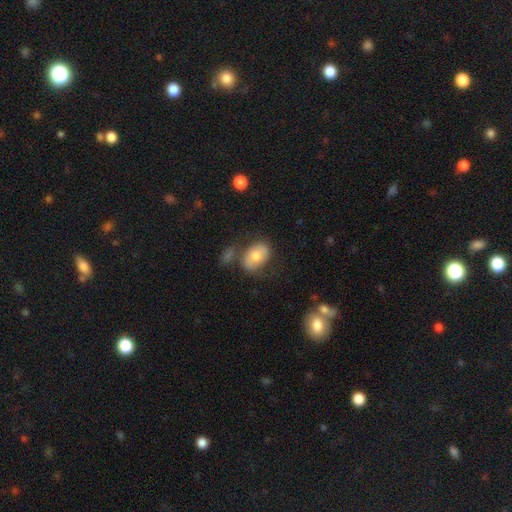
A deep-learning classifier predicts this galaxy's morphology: Smooth or featured?
  - smooth: 68% *
  - featured or disk: 25%
  - star or artifact: 7%
How rounded?
  - in between: 81% *
  - round: 17%
  - cigar-shaped: 1%
Merging?
  - none: 61% *
  - minor disturbance: 21%
  - merger: 10%
  - major disturbance: 8%